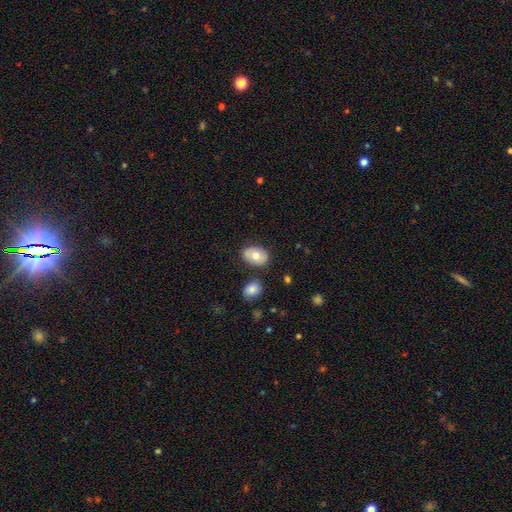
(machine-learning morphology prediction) The model was most divided on "smooth or featured": smooth: 72%, featured or disk: 21%, star or artifact: 7%. More confident: how rounded — in between (84%); merging — none (79%).